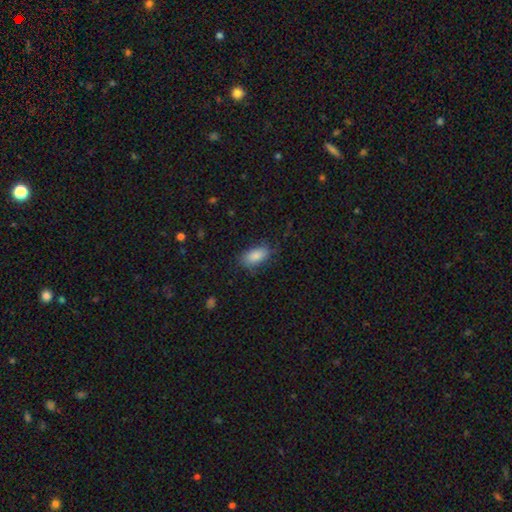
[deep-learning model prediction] Overall: smooth (86%). How rounded: in between (91%). Merging: none (73%).